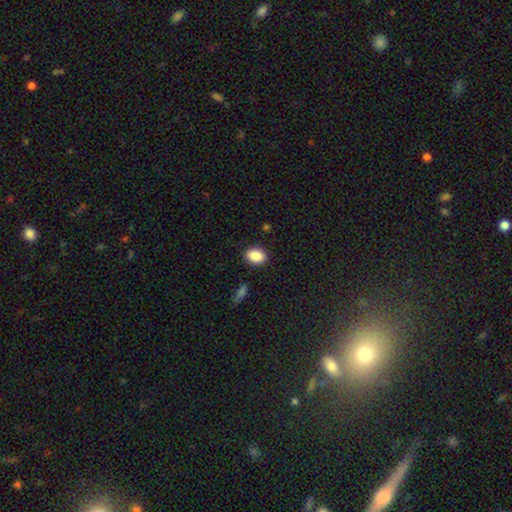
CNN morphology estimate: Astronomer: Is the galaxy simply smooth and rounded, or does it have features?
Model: smooth — 88%.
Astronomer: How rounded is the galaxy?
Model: in between — 73%.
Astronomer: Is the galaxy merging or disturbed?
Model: none — 87%.